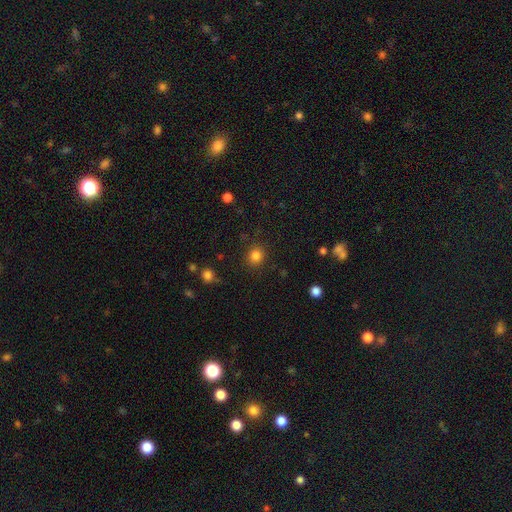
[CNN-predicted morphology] Smooth or featured: smooth — 83% (star or artifact — 12%)
How rounded: round — 88% (in between — 11%)
Merging: none — 88% (minor disturbance — 7%)